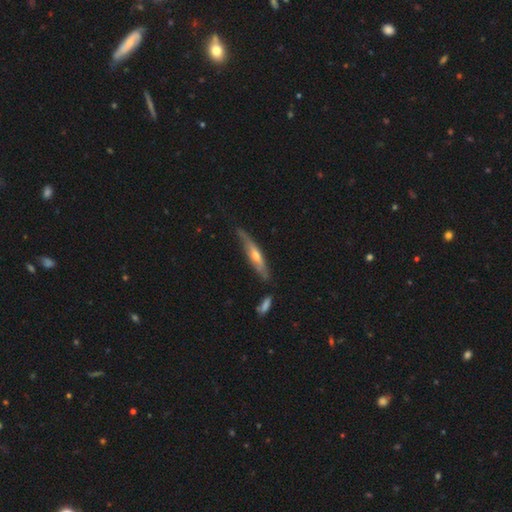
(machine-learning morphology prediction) Smooth or featured: featured or disk — 59% (smooth — 35%)
Edge-on disk: yes — 88% (no — 12%)
Edge-on bulge: rounded — 78% (none — 15%)
Merging: none — 71% (minor disturbance — 21%)